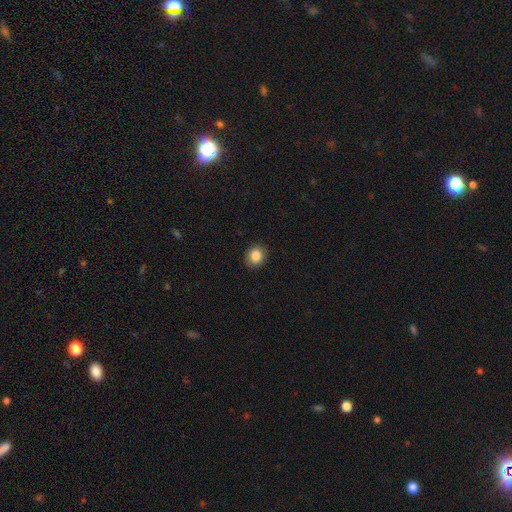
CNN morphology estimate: A smooth galaxy with no disk features (85%) that is round (68%).

Vote fractions:
- Smooth or featured? smooth: 85% / star or artifact: 9% / featured or disk: 6%
- How rounded? round: 68% / in between: 31% / cigar-shaped: 1%
- Merging? none: 88% / minor disturbance: 9% / major disturbance: 2% / merger: 1%